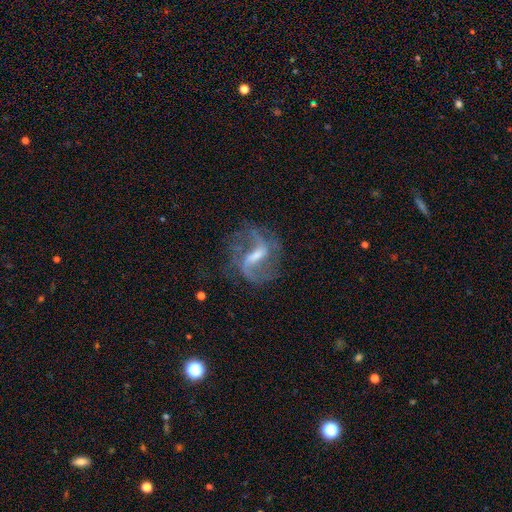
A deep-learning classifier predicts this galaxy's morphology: Smooth or featured?
  - featured or disk: 83% *
  - smooth: 9%
  - star or artifact: 8%
Edge-on disk?
  - no: 95% *
  - yes: 5%
Bar?
  - strong: 46% *
  - weak: 43%
  - no: 10%
Spiral arms?
  - yes: 91% *
  - no: 9%
Spiral winding?
  - loose: 51% *
  - medium: 39%
  - tight: 10%
Spiral arm count?
  - 2: 80% *
  - can't tell: 8%
  - 1: 4%
  - 3: 4%
  - 4: 2%
  - more than 4: 2%
Bulge size?
  - moderate: 39% *
  - small: 33%
  - none: 19%
  - large: 8%
  - dominant: 1%
Merging?
  - none: 63% *
  - minor disturbance: 18%
  - major disturbance: 16%
  - merger: 2%